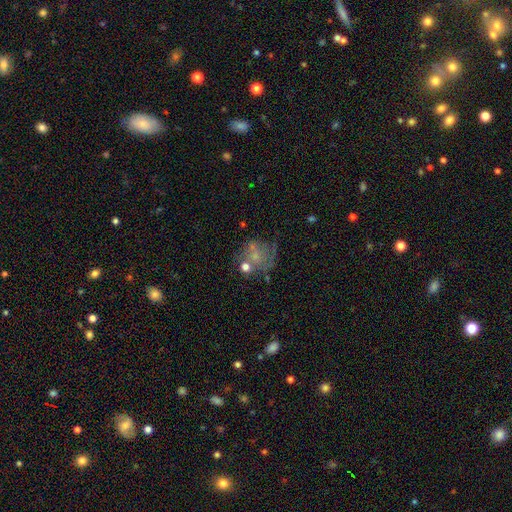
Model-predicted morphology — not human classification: Overall: featured or disk (44%; smooth 41%). Merging: none (39%; major disturbance 26%).